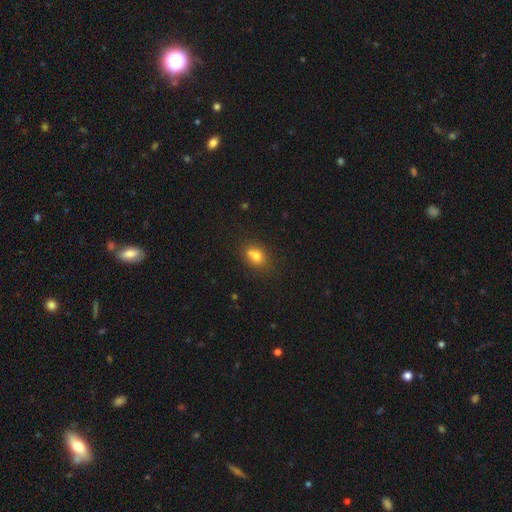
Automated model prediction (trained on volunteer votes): The model was most divided on "how rounded": in between: 50%, round: 48%, cigar-shaped: 1%. More confident: smooth or featured — smooth (74%); merging — none (51%).